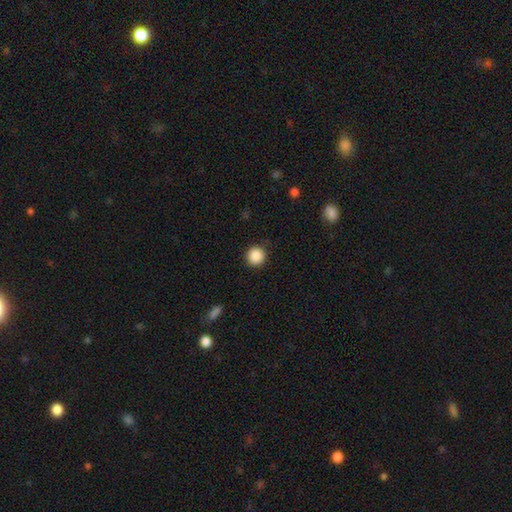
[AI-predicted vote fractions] smooth 88%, star or artifact 9%, featured or disk 3%. Down the decision tree: how rounded — round (95%); merging — none (90%).